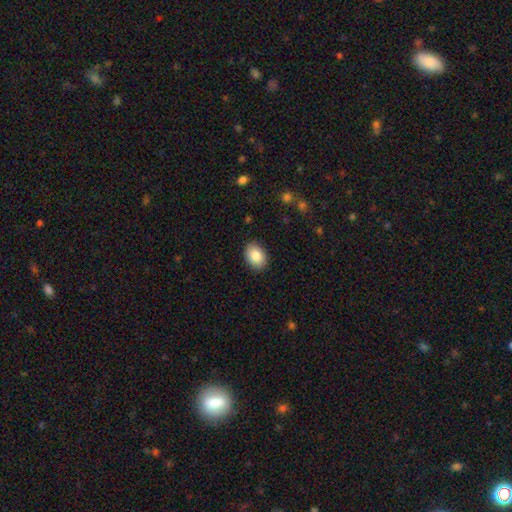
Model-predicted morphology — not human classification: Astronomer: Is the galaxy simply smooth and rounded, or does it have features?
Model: smooth — 86%.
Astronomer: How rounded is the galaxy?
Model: in between — 79%.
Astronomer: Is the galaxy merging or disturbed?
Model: none — 89%.